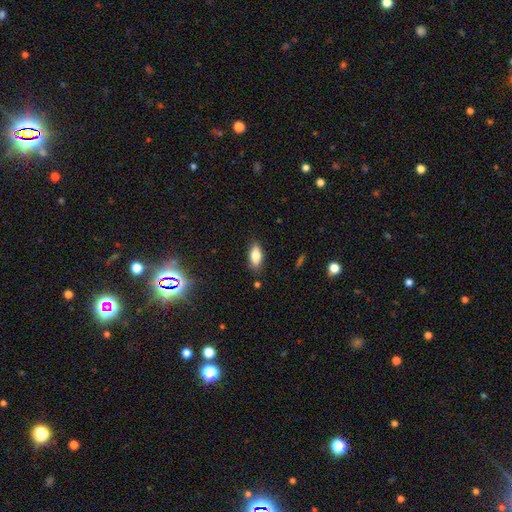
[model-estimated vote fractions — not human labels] Smooth or featured: smooth — 78% (featured or disk — 13%)
How rounded: in between — 88% (cigar-shaped — 8%)
Merging: none — 83% (minor disturbance — 13%)